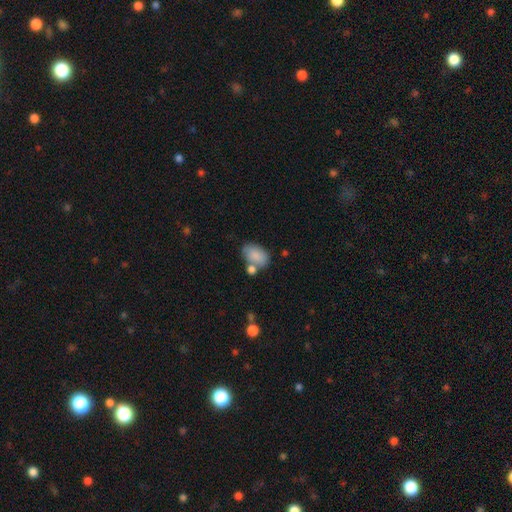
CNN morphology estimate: The model was most divided on "merging": none: 55%, merger: 21%, minor disturbance: 18%, major disturbance: 6%. More confident: how rounded — in between (88%); smooth or featured — smooth (85%).